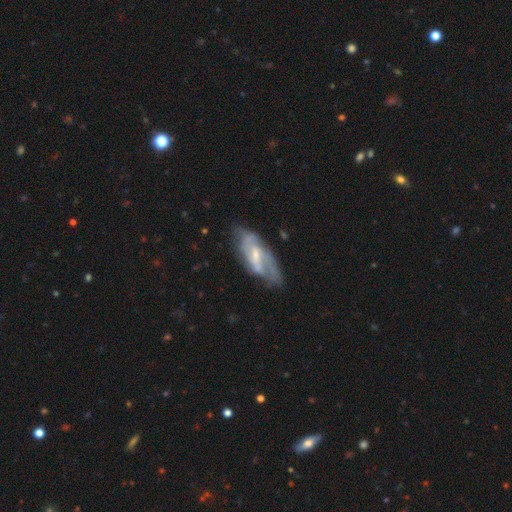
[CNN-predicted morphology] featured or disk 67%, smooth 26%, star or artifact 6%. Down the decision tree: edge-on disk — no (88%); bar — weak (46%); spiral arms — yes (67%); bulge size — small (49%); merging — none (52%).